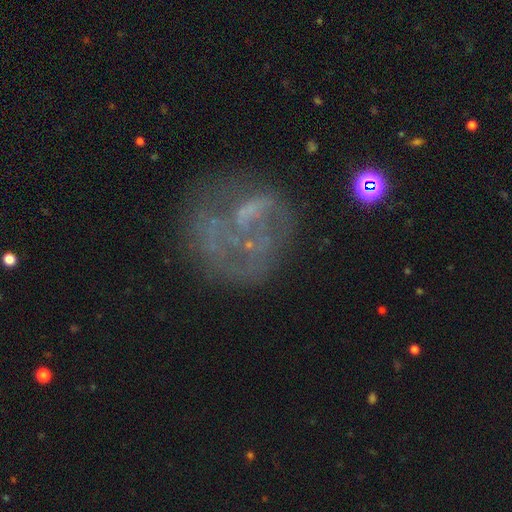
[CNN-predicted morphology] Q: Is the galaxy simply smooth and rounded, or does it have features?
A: featured or disk — 60%.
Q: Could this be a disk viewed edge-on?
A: no — 98%.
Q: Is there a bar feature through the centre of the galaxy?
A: no — 80%.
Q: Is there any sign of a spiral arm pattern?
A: no — 69%.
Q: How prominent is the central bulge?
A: none — 69%.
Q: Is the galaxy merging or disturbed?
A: none — 41%.